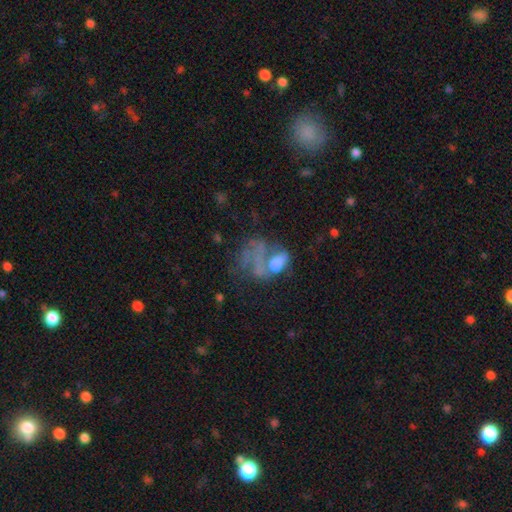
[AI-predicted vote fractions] Smooth or featured? featured or disk (43%)
Merging? major disturbance (41%)